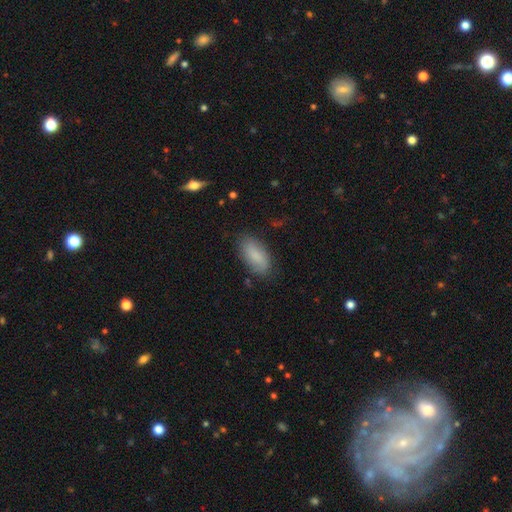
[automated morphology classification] smooth_or_featured: smooth (p=0.82) [alt: featured or disk p=0.11]
how_rounded: in between (p=0.87) [alt: cigar-shaped p=0.11]
merging: none (p=0.79) [alt: minor disturbance p=0.16]